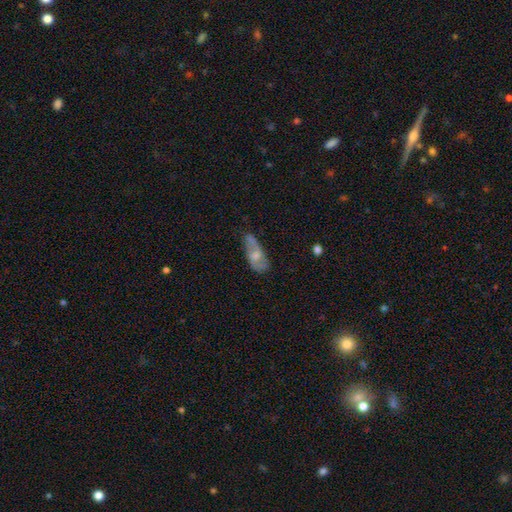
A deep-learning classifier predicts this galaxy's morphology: This is possibly a smooth galaxy (51%). How rounded: clearly in between (81%). Merging: possibly none (51%).